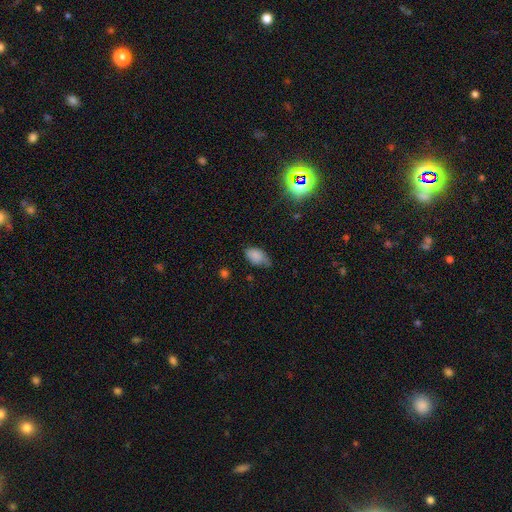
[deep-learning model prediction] Q: Smooth or featured?
A: smooth (81%); runner-up: star or artifact (11%)
Q: How rounded?
A: in between (90%); runner-up: round (8%)
Q: Merging?
A: none (44%); runner-up: minor disturbance (43%)